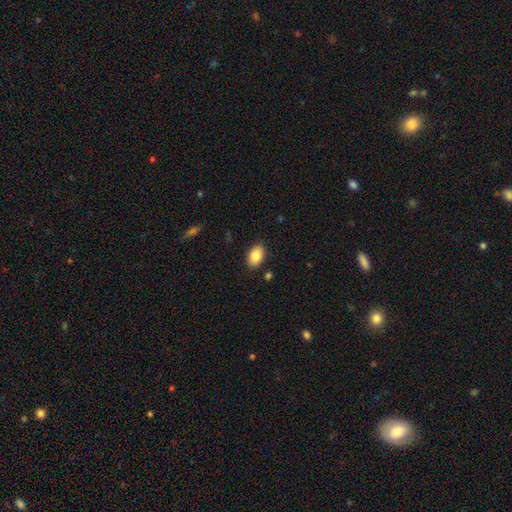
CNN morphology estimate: A smooth galaxy with no disk features (85%) that is in between round and cigar-shaped (89%). Merging: none (87%).